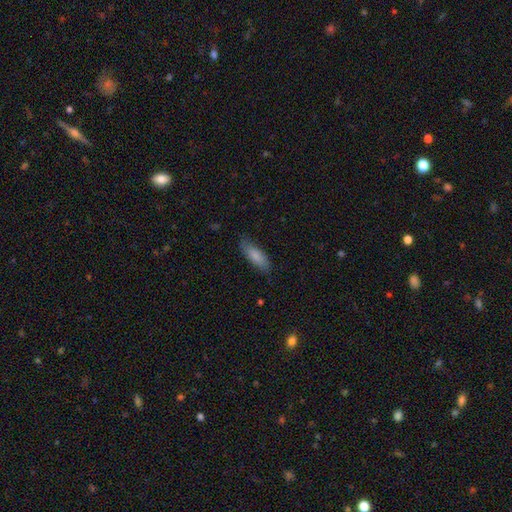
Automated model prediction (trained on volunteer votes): Smooth or featured?
  - smooth: 82% *
  - featured or disk: 12%
  - star or artifact: 6%
How rounded?
  - in between: 64% *
  - cigar-shaped: 34%
  - round: 2%
Merging?
  - none: 78% *
  - minor disturbance: 17%
  - major disturbance: 3%
  - merger: 1%